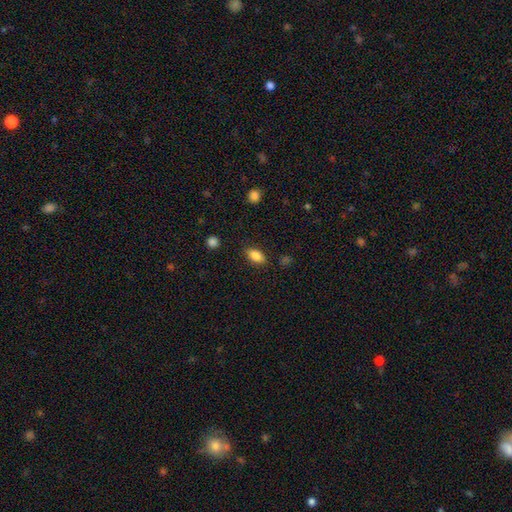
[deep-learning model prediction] A smooth galaxy with no disk features (85%) that is in between round and cigar-shaped (88%). Merging: none (84%).